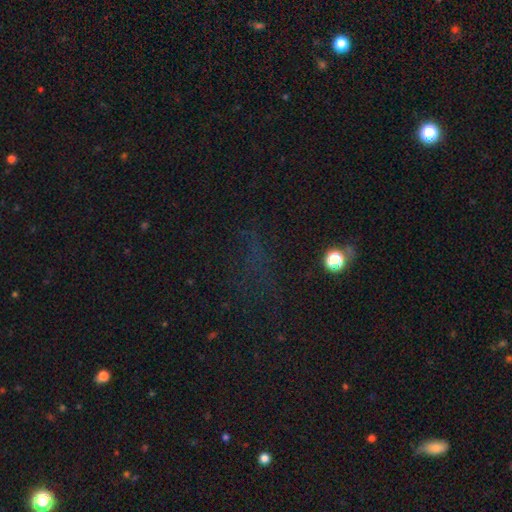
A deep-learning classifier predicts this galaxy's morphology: smooth_or_featured: star or artifact (p=0.57) [alt: smooth p=0.31]